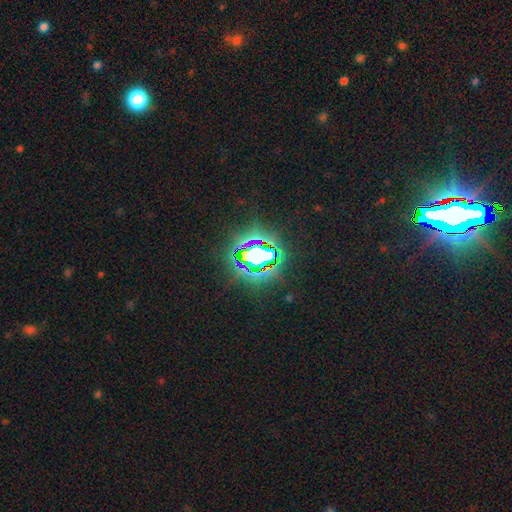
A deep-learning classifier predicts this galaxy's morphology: A star or artifact, not a galaxy (74%).